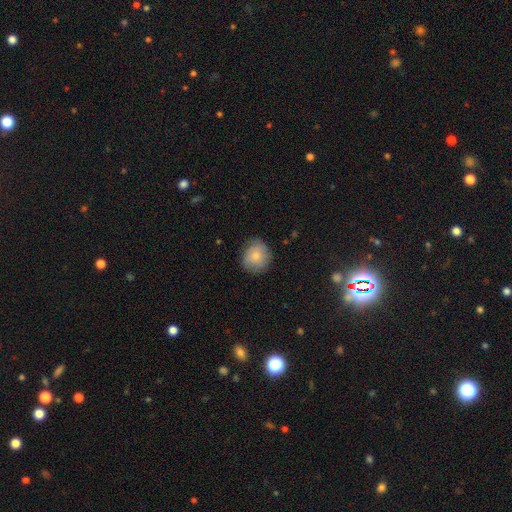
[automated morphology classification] A smooth galaxy with no disk features (79%) that is round (82%).

Vote fractions:
- Smooth or featured? smooth: 79% / featured or disk: 14% / star or artifact: 7%
- How rounded? round: 82% / in between: 17% / cigar-shaped: 1%
- Merging? none: 77% / minor disturbance: 18% / major disturbance: 4% / merger: 1%